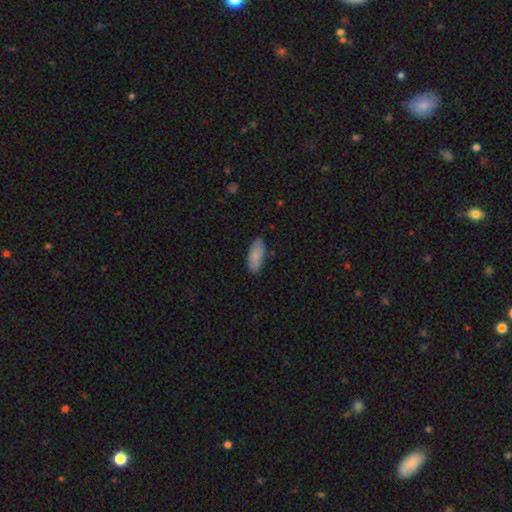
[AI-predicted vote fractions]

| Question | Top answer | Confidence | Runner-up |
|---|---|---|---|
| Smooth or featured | smooth | 87% | featured or disk (7%) |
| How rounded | in between | 83% | cigar-shaped (15%) |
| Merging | none | 82% | minor disturbance (14%) |